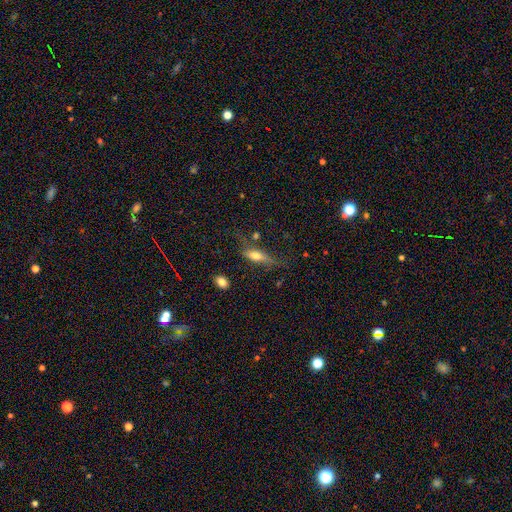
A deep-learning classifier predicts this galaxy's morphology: This is possibly a smooth galaxy (49%). Merging: possibly none (56%).